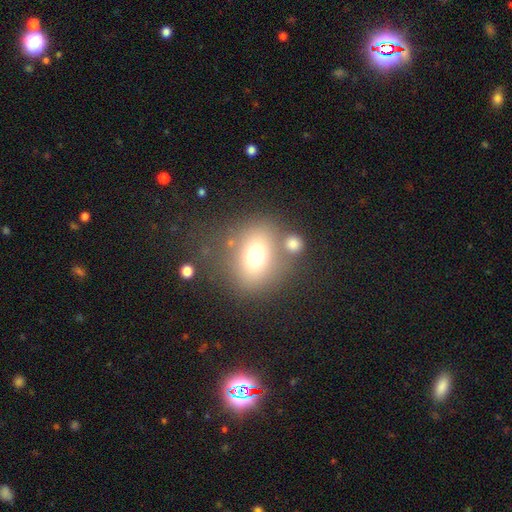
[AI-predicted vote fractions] smooth 70%, featured or disk 17%, star or artifact 13%. Down the decision tree: how rounded — round (54%); merging — none (62%).